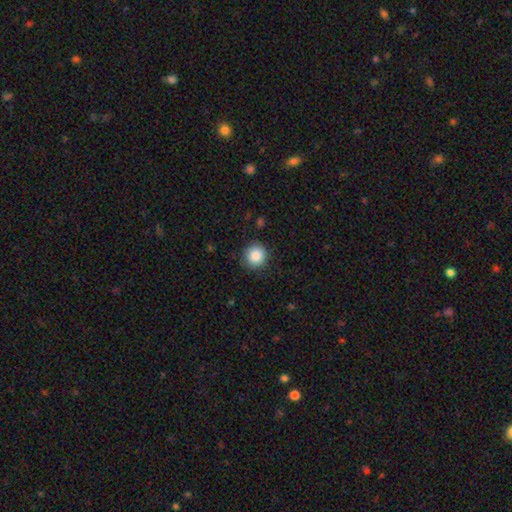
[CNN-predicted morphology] smooth-or-featured: smooth: 87% | star or artifact: 9% | featured or disk: 4%
  how-rounded: round: 93% | in between: 6% | cigar-shaped: 1%
  merging: none: 87% | minor disturbance: 9% | major disturbance: 3% | merger: 1%